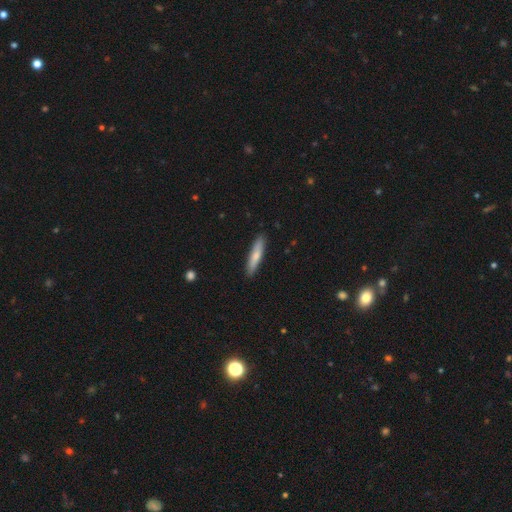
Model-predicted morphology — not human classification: Smooth or featured? Predicted: smooth (p=0.73). How rounded? Predicted: cigar-shaped (p=0.87). Merging? Predicted: none (p=0.89).